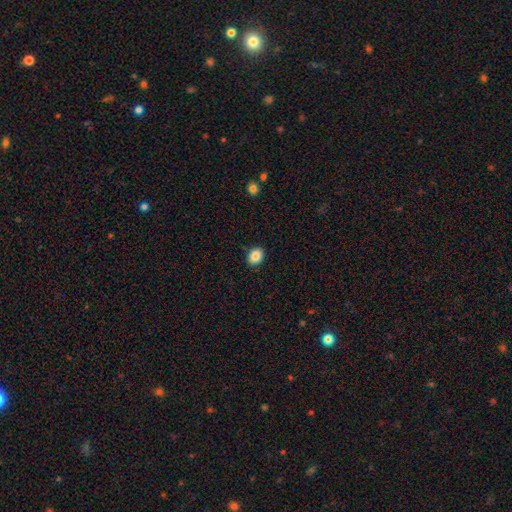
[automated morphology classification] smooth-or-featured: smooth: 87% | star or artifact: 9% | featured or disk: 5%
  how-rounded: in between: 57% | round: 42% | cigar-shaped: 1%
  merging: none: 88% | minor disturbance: 9% | major disturbance: 2% | merger: 1%